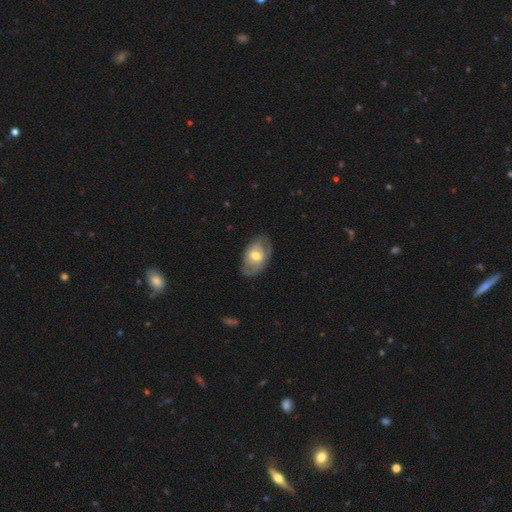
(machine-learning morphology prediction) Overall: featured or disk (56%; smooth 38%). Edge-on disk: no (93%). Bar: no (52%; weak 37%). Spiral arms: yes (59%; no 41%). Bulge size: moderate (72%). Merging: none (71%).